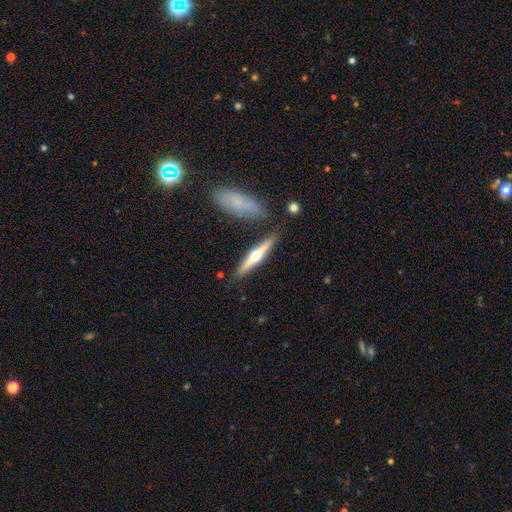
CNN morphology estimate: smooth_or_featured: featured or disk (p=0.66) [alt: smooth p=0.29]
disk_edge_on: yes (p=0.97) [alt: no p=0.03]
edge_on_bulge: rounded (p=0.93) [alt: none p=0.04]
merging: none (p=0.85) [alt: minor disturbance p=0.09]